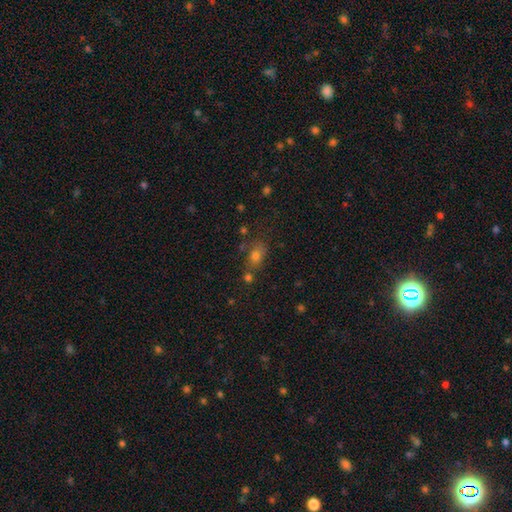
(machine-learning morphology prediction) Q: Smooth or featured?
A: smooth (64%); runner-up: star or artifact (23%)
Q: How rounded?
A: in between (61%); runner-up: round (36%)
Q: Merging?
A: none (62%); runner-up: merger (16%)